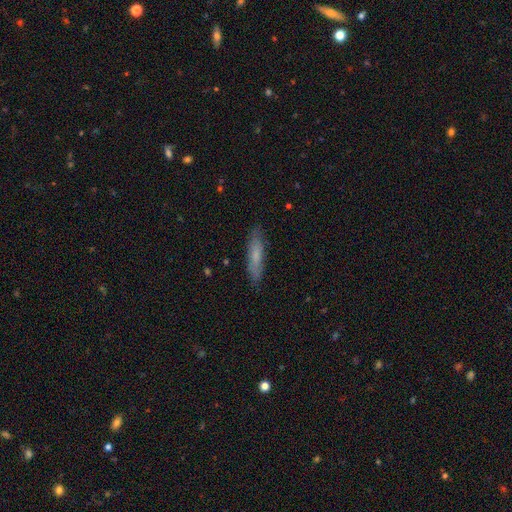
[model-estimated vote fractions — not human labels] This is likely a smooth galaxy (67%). How rounded: likely cigar-shaped (78%). Merging: clearly none (85%).